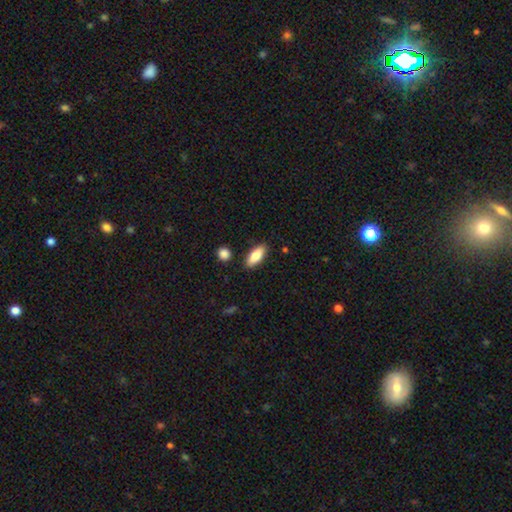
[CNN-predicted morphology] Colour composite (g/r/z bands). It shows a smooth galaxy with no disk features (80%) that is in between round and cigar-shaped (76%). Merging: none (86%).